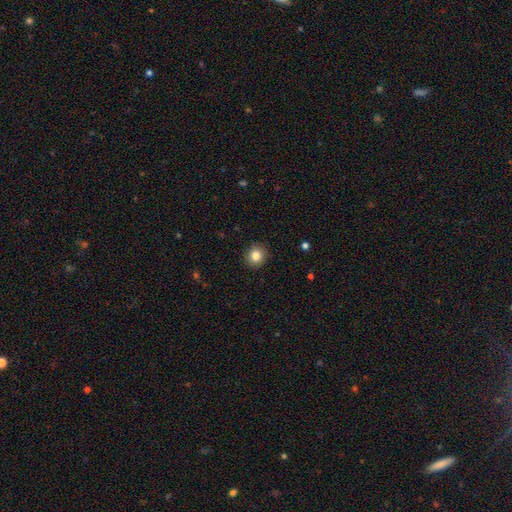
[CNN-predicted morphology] A smooth galaxy with no disk features (83%) that is round (86%). Merging: none (91%).